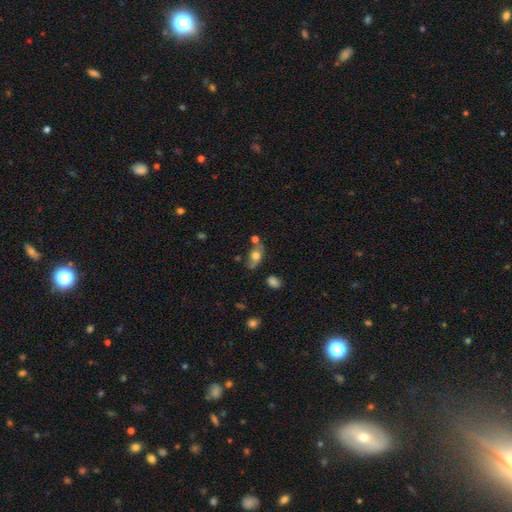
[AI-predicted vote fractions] Overall: smooth (63%; featured or disk 29%). How rounded: in between (83%). Merging: none (51%; minor disturbance 23%).